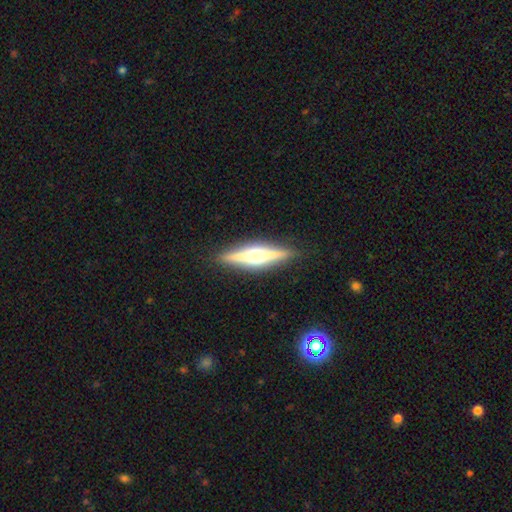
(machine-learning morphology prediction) featured or disk 73%, smooth 22%, star or artifact 6%. Down the decision tree: edge-on disk — yes (97%); edge-on bulge — rounded (93%); merging — none (90%).